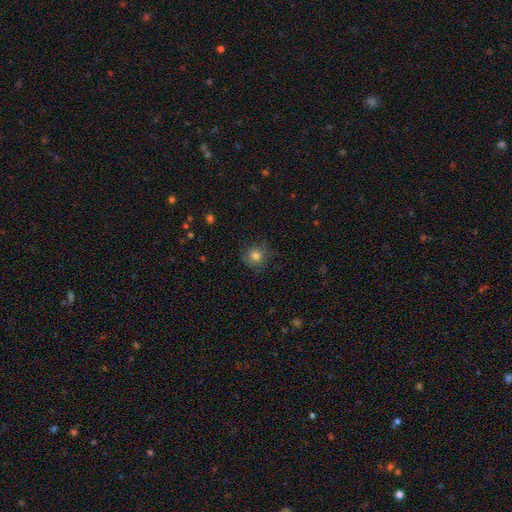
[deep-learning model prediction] Smooth or featured?
  - smooth: 80% *
  - star or artifact: 12%
  - featured or disk: 8%
How rounded?
  - round: 90% *
  - in between: 10%
  - cigar-shaped: 1%
Merging?
  - none: 80% *
  - minor disturbance: 14%
  - major disturbance: 5%
  - merger: 1%